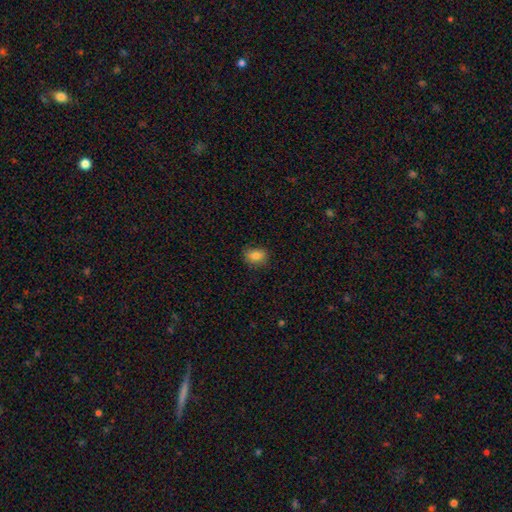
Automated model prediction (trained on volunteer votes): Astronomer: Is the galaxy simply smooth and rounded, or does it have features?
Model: smooth — 83%.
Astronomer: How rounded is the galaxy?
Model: in between — 67%.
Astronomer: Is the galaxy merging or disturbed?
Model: none — 78%.